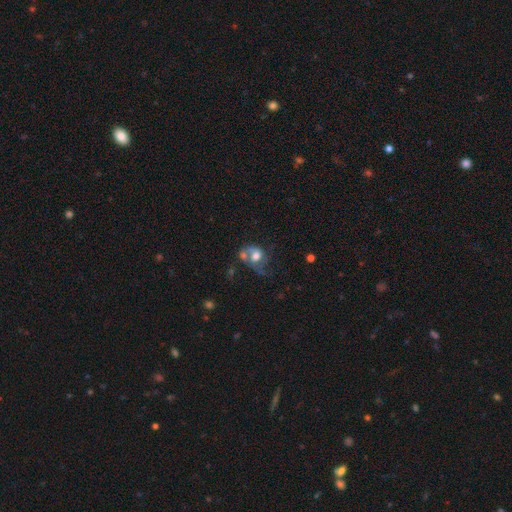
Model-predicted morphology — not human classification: Q: Smooth or featured?
A: smooth (45%); tied with: featured or disk (45%)
Q: Merging?
A: merger (36%); runner-up: major disturbance (26%)